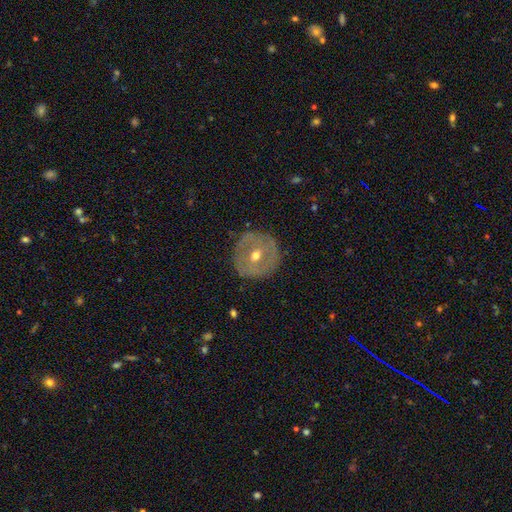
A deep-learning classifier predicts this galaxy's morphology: This appears to be a featured or disk galaxy (55%) with no bar (60%), no spiral arms (73%) and a moderate central bulge (72%). Merging: none (83%).